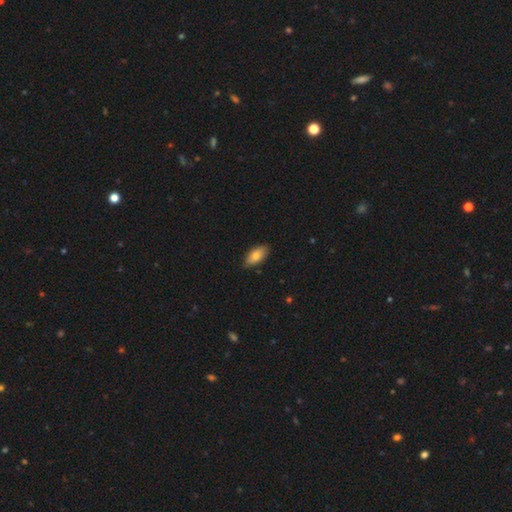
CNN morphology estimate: A smooth galaxy with no disk features (77%) that is in between round and cigar-shaped (90%).

Vote fractions:
- Smooth or featured? smooth: 77% / featured or disk: 17% / star or artifact: 6%
- How rounded? in between: 90% / cigar-shaped: 8% / round: 3%
- Merging? none: 81% / minor disturbance: 16% / major disturbance: 2% / merger: 1%